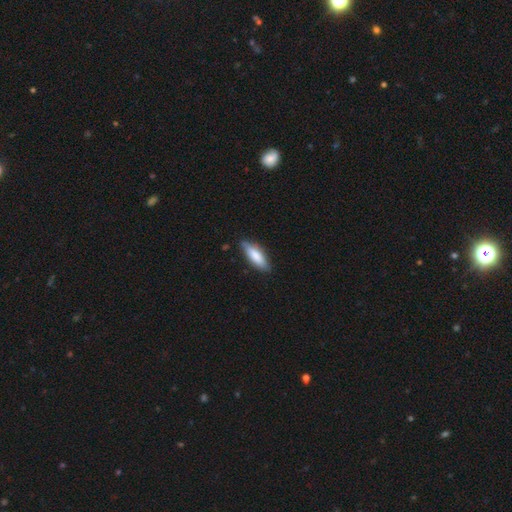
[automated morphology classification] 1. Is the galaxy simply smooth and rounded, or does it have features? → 78% smooth, 17% featured or disk, 5% star or artifact.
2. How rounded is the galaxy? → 53% in between, 45% cigar-shaped, 2% round.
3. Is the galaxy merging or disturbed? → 80% none, 16% minor disturbance, 2% major disturbance, 1% merger.